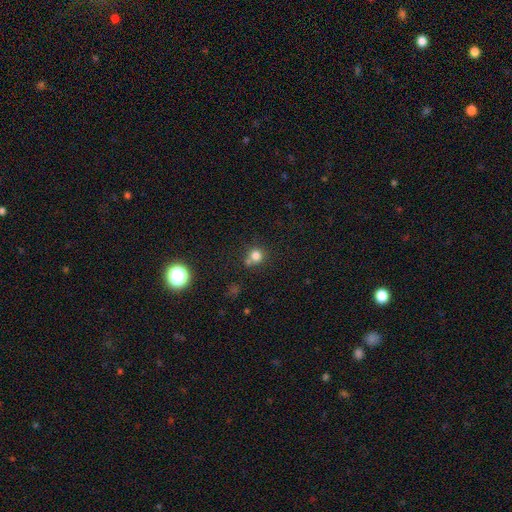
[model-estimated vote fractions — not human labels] Overall: smooth (77%). How rounded: round (88%). Merging: none (58%; merger 27%).